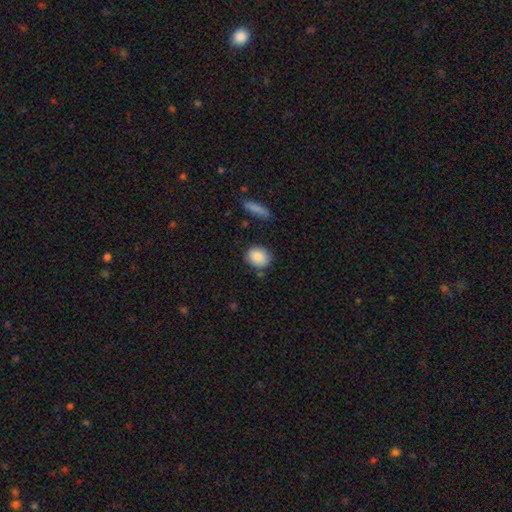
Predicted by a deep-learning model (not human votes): Smooth or featured: smooth — 88% (star or artifact — 7%)
How rounded: round — 53% (in between — 46%)
Merging: none — 78% (minor disturbance — 15%)